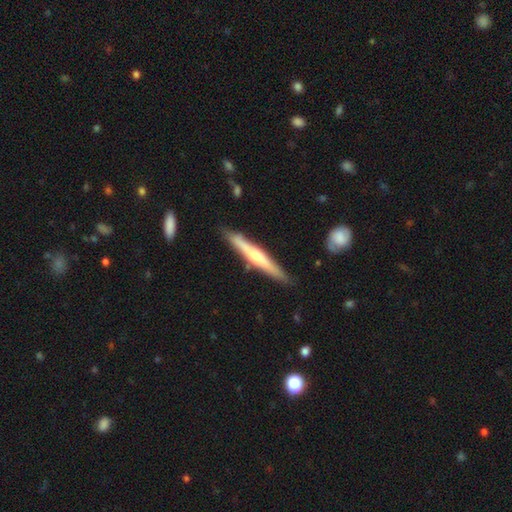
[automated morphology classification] Smooth or featured? Predicted: featured or disk (p=0.55). Edge-on disk? Predicted: yes (p=0.96). Edge-on bulge? Predicted: rounded (p=0.67). Merging? Predicted: none (p=0.85).